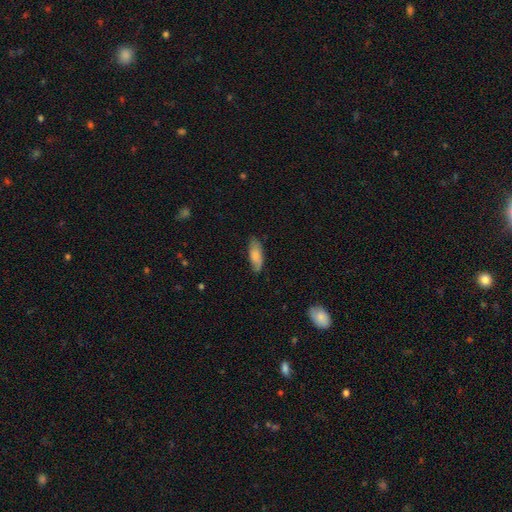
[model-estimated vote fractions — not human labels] Overall: smooth (77%). How rounded: in between (71%). Merging: none (75%).